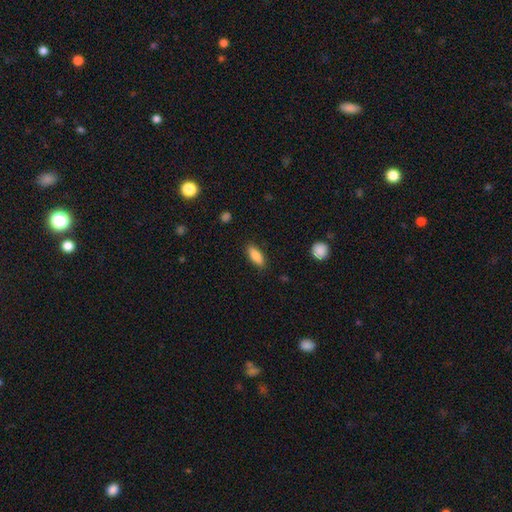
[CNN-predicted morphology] Smooth or featured?
  - smooth: 84% *
  - featured or disk: 9%
  - star or artifact: 7%
How rounded?
  - in between: 75% *
  - cigar-shaped: 23%
  - round: 2%
Merging?
  - none: 86% *
  - minor disturbance: 10%
  - major disturbance: 2%
  - merger: 1%